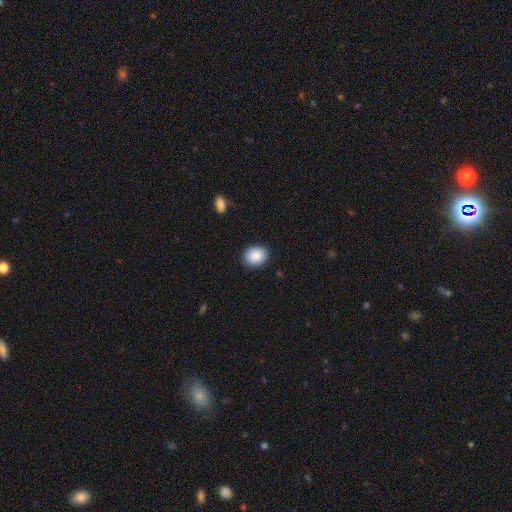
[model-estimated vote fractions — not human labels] Smooth or featured? smooth (89%)
How rounded? round (58%)
Merging? none (88%)